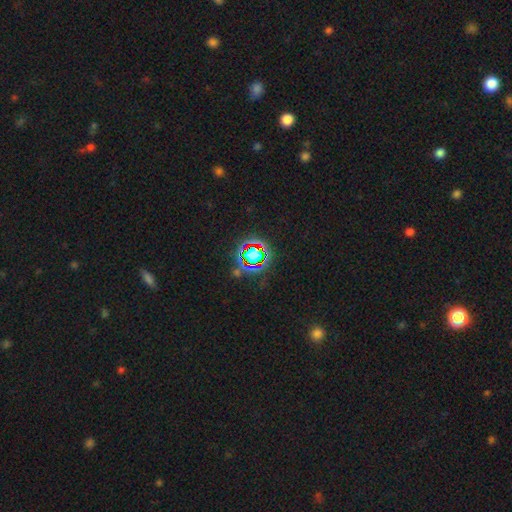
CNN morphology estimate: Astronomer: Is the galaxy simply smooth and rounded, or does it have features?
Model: star or artifact — 73%.